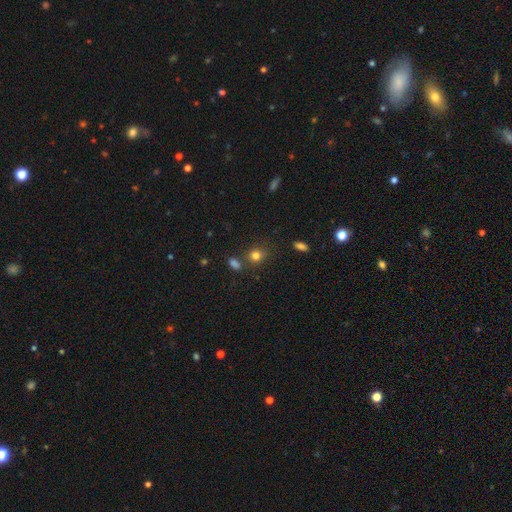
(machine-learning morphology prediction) type=smooth (80%); roundness=round (70%); merging=none (69%).